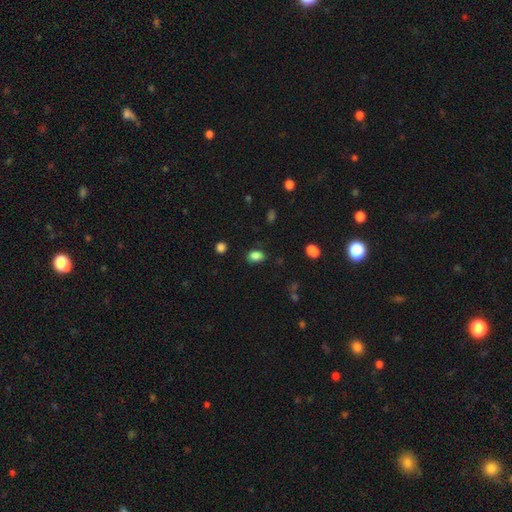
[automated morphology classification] A smooth galaxy with no disk features (86%) that is in between round and cigar-shaped (80%). Merging: none (81%).